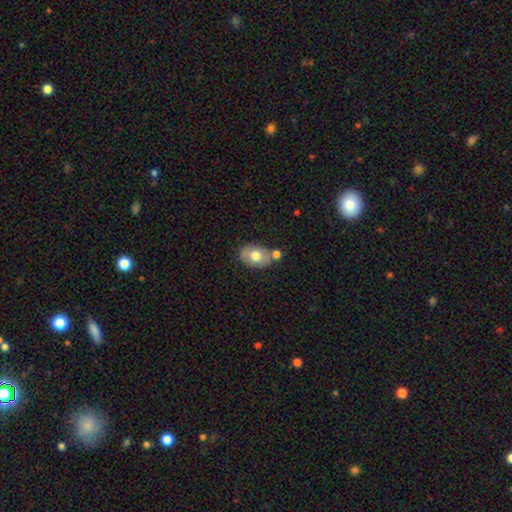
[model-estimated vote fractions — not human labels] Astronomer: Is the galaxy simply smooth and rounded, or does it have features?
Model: smooth — 67%.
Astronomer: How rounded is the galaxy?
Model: in between — 76%.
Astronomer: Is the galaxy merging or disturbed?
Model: none — 60%.